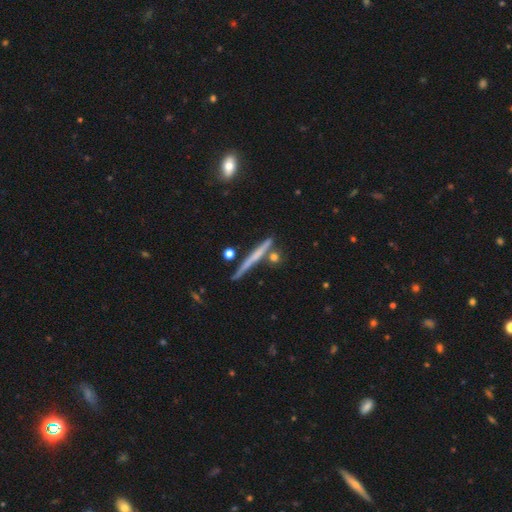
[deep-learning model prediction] featured or disk 54%, smooth 39%, star or artifact 7%. Down the decision tree: edge-on disk — yes (97%); edge-on bulge — none (76%); merging — none (81%).